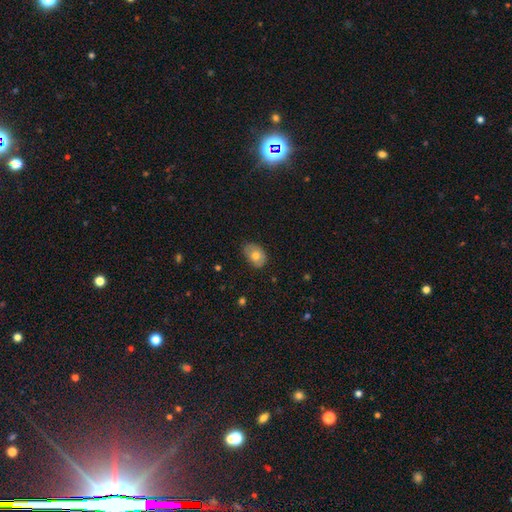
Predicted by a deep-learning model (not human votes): Smooth or featured: smooth — 71% (featured or disk — 21%)
How rounded: in between — 79% (round — 20%)
Merging: none — 73% (minor disturbance — 22%)